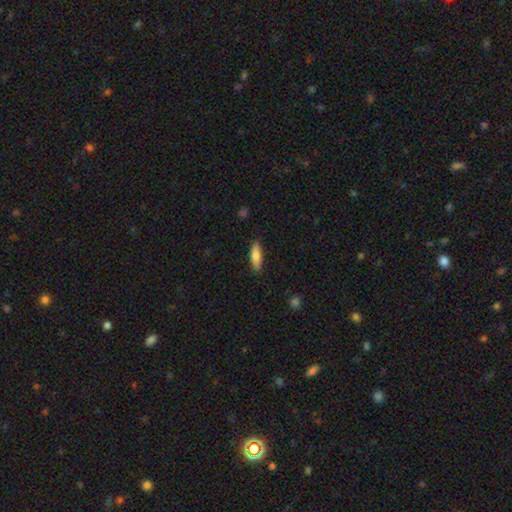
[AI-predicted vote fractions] smooth 74%, featured or disk 20%, star or artifact 6%. Down the decision tree: how rounded — cigar-shaped (54%); merging — none (88%).